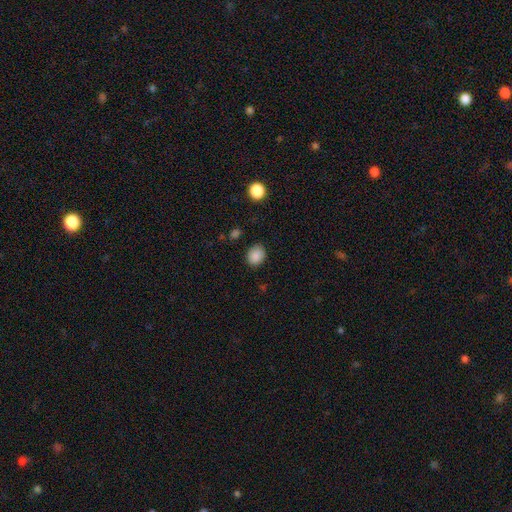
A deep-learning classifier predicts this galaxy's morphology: type=smooth (87%); roundness=round (57%); merging=none (85%).